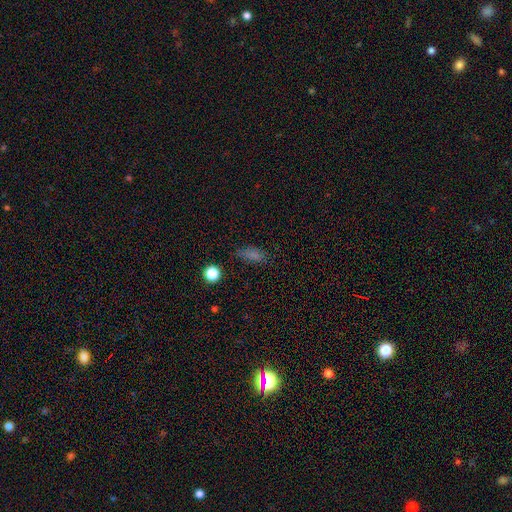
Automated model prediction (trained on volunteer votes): smooth-or-featured: smooth: 65% | star or artifact: 25% | featured or disk: 10%
  how-rounded: in between: 68% | cigar-shaped: 21% | round: 11%
  merging: none: 70% | minor disturbance: 20% | major disturbance: 7% | merger: 3%